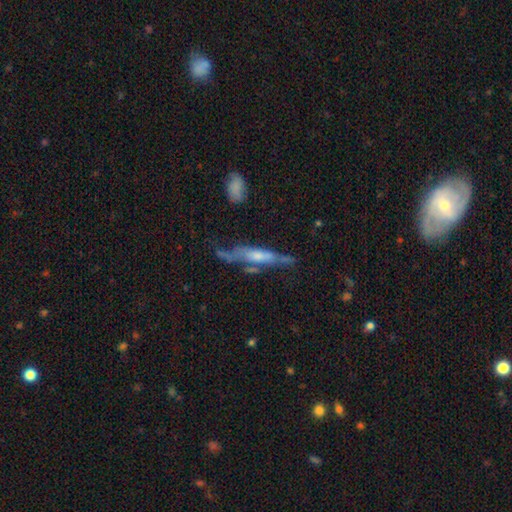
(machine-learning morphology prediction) Smooth or featured? Predicted: featured or disk (p=0.56). Edge-on disk? Predicted: yes (p=0.70). Merging? Predicted: none (p=0.42).